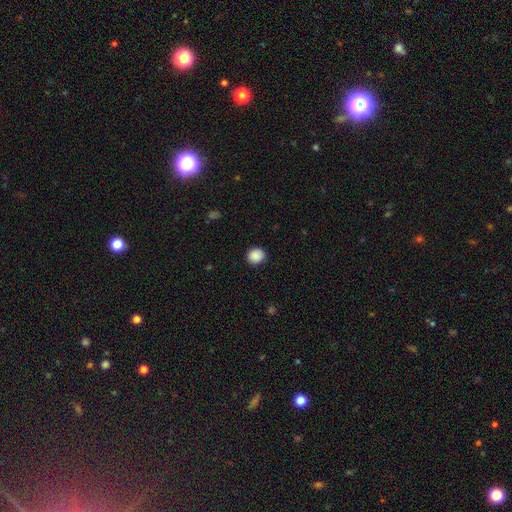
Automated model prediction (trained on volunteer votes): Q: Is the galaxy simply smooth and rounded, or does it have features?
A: smooth — 89%.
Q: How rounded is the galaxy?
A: round — 82%.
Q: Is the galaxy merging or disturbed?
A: none — 88%.